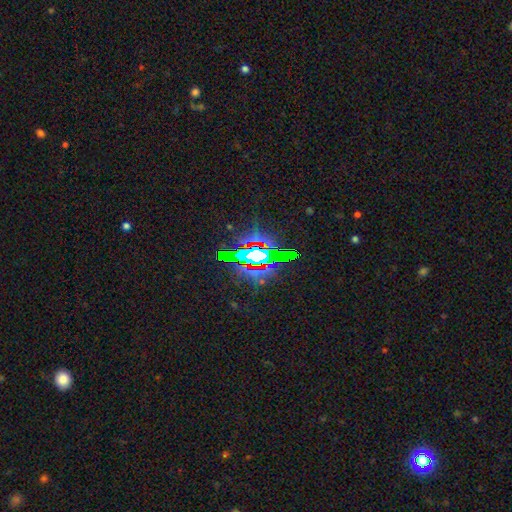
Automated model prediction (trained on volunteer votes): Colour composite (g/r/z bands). It shows a star or artifact, not a galaxy (68%).